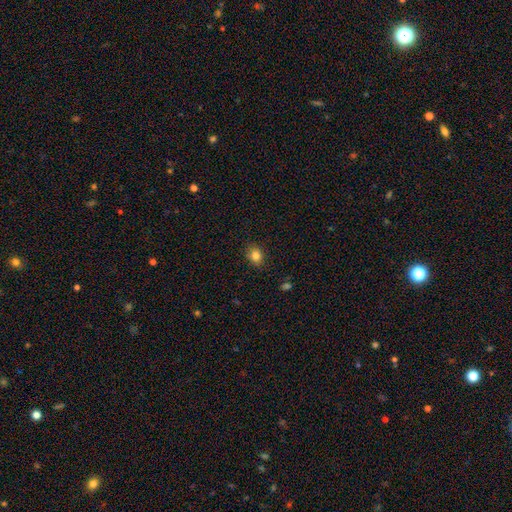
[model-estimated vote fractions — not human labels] Smooth or featured: smooth — 83% (star or artifact — 11%)
How rounded: round — 53% (in between — 46%)
Merging: none — 85% (minor disturbance — 11%)